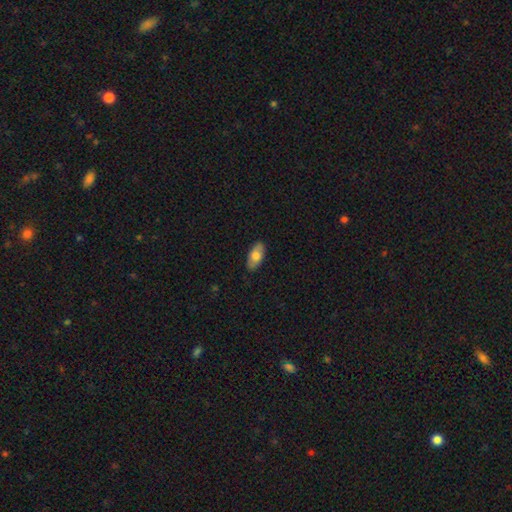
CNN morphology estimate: Smooth or featured? smooth (74%)
How rounded? in between (91%)
Merging? none (87%)